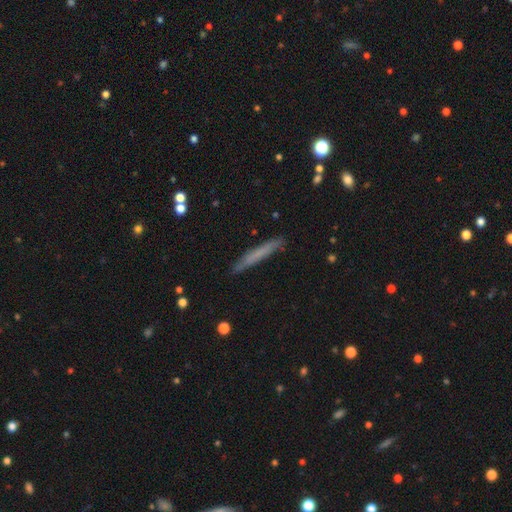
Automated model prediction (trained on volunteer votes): The model was most divided on "smooth or featured": smooth: 62%, featured or disk: 31%, star or artifact: 8%. More confident: how rounded — cigar-shaped (96%); merging — none (85%).